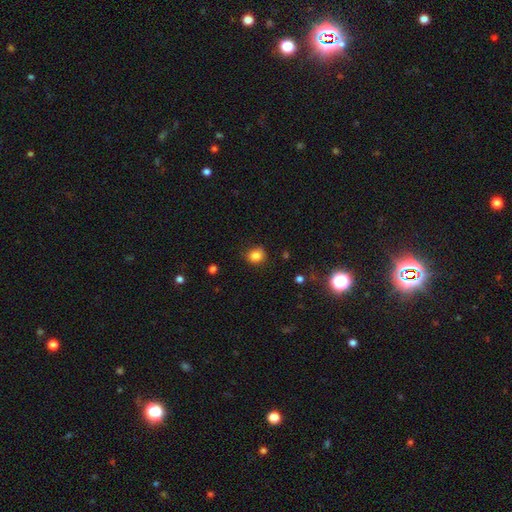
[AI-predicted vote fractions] A smooth galaxy with no disk features (83%) that is round (79%). Merging: none (80%).